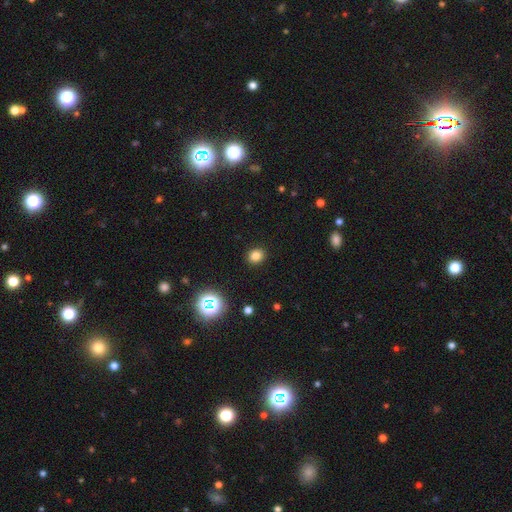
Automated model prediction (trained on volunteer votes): smooth 79%, star or artifact 15%, featured or disk 5%. Down the decision tree: how rounded — round (69%); merging — none (91%).